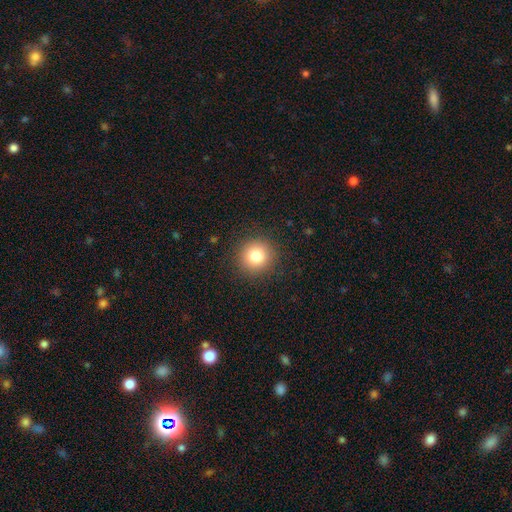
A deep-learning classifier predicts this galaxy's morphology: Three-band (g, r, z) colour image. It shows a smooth galaxy with no disk features (82%) that is round (93%). Merging: none (90%).